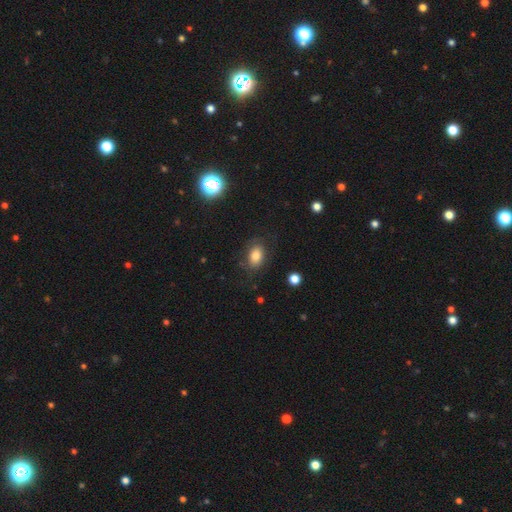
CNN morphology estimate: The model was most divided on "merging": none: 75%, minor disturbance: 15%, major disturbance: 8%, merger: 2%. More confident: how rounded — in between (82%); smooth or featured — smooth (76%).